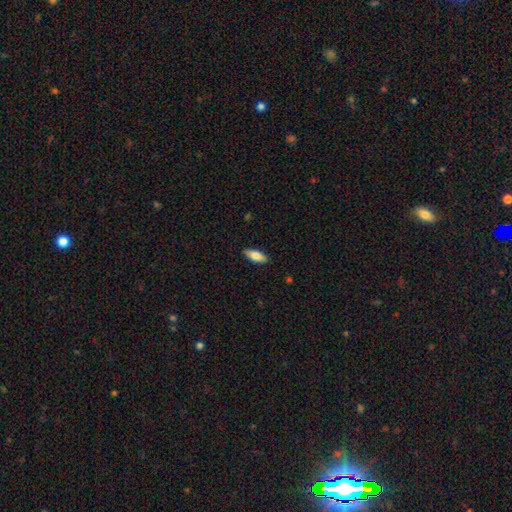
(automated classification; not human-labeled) Morphology: type=smooth (76%); roundness=in between (74%); merging=none (89%).